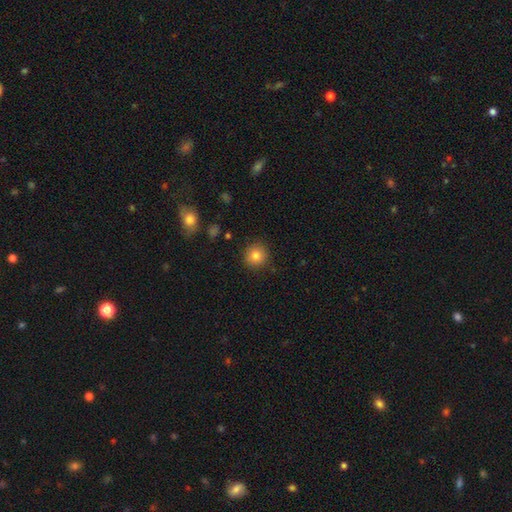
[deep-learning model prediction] Smooth or featured: smooth — 82% (star or artifact — 11%)
How rounded: round — 92% (in between — 7%)
Merging: none — 90% (minor disturbance — 7%)